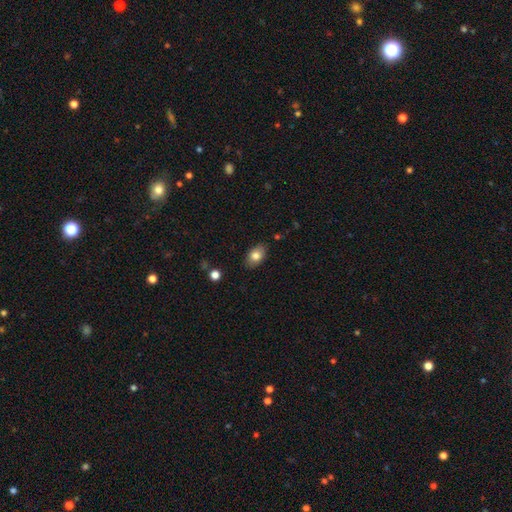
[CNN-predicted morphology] A smooth galaxy with no disk features (80%) that is in between round and cigar-shaped (87%). Merging: none (83%).